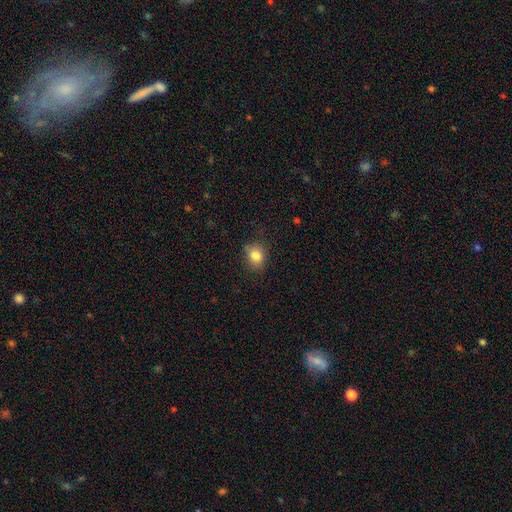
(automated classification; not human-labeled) The model was most divided on "how rounded": round: 62%, in between: 37%, cigar-shaped: 1%. More confident: smooth or featured — smooth (83%); merging — none (79%).